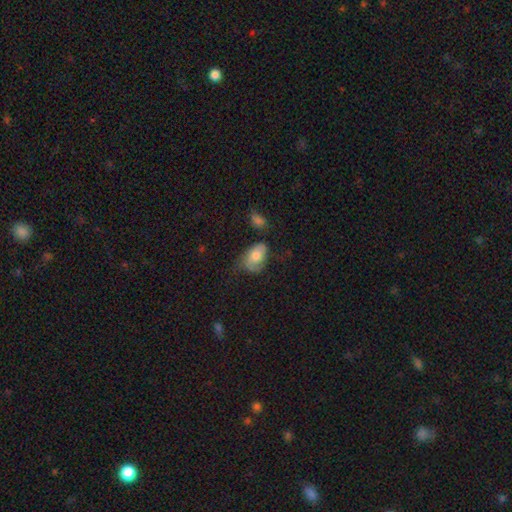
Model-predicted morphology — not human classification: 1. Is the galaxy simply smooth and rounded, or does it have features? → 65% smooth, 27% featured or disk, 8% star or artifact.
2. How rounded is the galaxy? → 89% in between, 10% round, 2% cigar-shaped.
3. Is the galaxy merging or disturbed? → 38% none, 35% minor disturbance, 22% major disturbance, 5% merger.